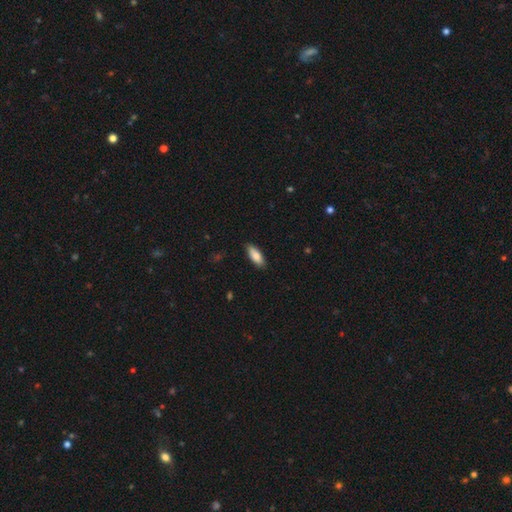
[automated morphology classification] The model was most divided on "how rounded": in between: 75%, cigar-shaped: 23%, round: 2%. More confident: merging — none (86%); smooth or featured — smooth (85%).